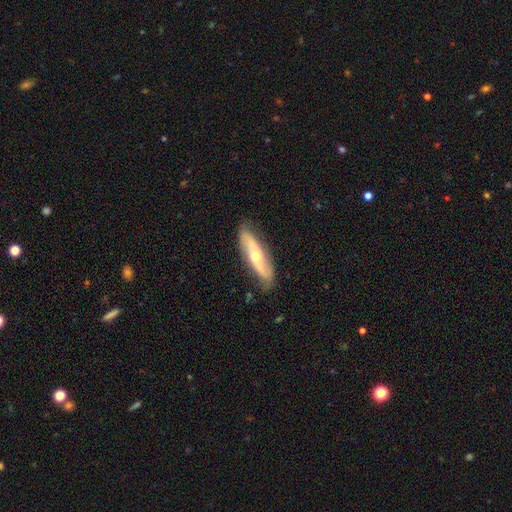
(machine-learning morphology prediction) A featured or disk galaxy (64%). Merging: none (80%).